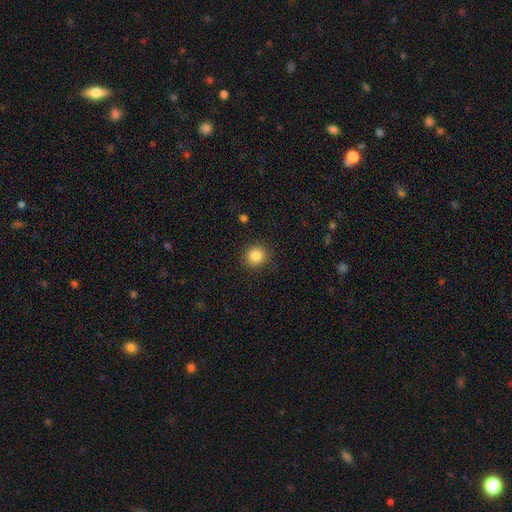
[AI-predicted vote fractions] This is clearly a smooth galaxy (85%). How rounded: clearly round (90%). Merging: clearly none (89%).